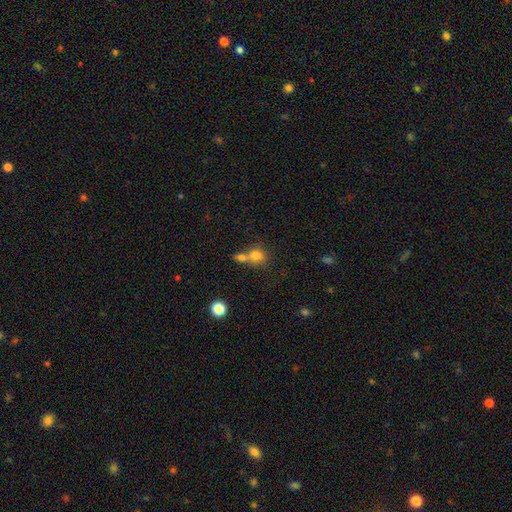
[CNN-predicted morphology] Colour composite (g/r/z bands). It shows a smooth galaxy with no disk features (77%) that is round (78%). Merging: merger (52%).